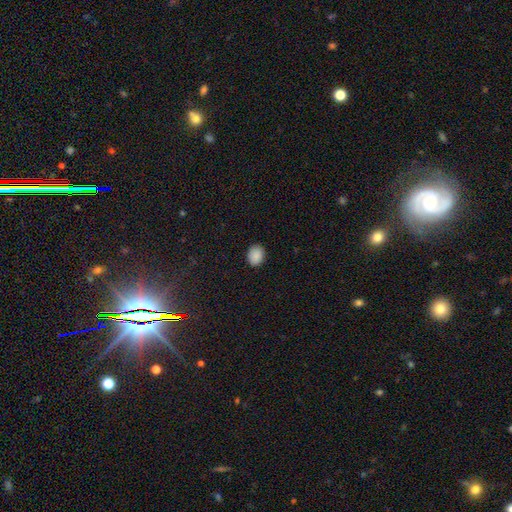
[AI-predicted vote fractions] Smooth or featured: smooth — 89% (star or artifact — 8%)
How rounded: in between — 58% (round — 41%)
Merging: none — 89% (minor disturbance — 9%)